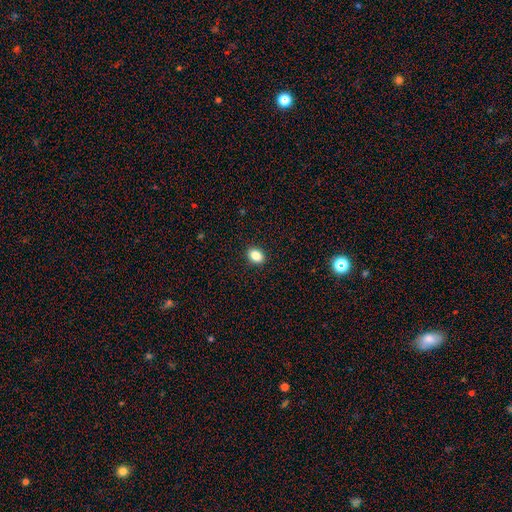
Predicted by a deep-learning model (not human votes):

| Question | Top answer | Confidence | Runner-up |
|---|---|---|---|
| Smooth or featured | smooth | 86% | star or artifact (9%) |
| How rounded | in between | 72% | round (27%) |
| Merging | none | 90% | minor disturbance (7%) |